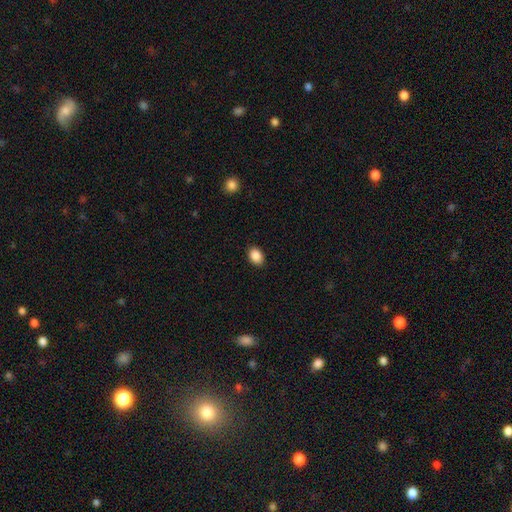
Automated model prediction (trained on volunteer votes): The model was most divided on "how rounded": in between: 75%, round: 24%, cigar-shaped: 1%. More confident: merging — none (89%); smooth or featured — smooth (89%).